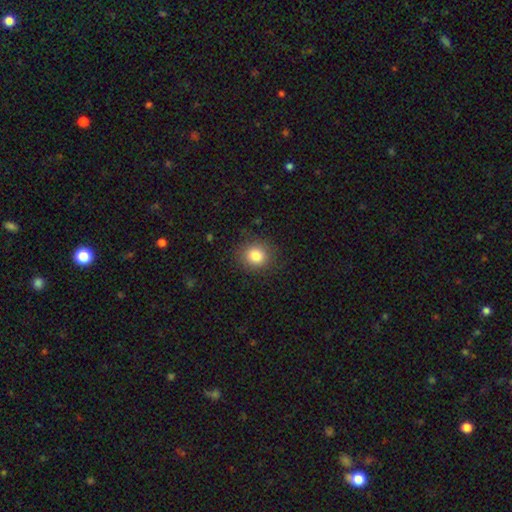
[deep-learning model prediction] Smooth or featured? smooth (83%)
How rounded? round (80%)
Merging? none (87%)